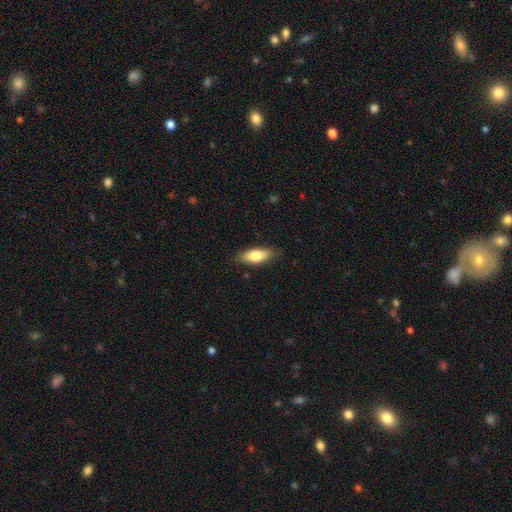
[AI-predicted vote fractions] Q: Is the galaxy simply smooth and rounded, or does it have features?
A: smooth — 78%.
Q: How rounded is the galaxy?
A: in between — 78%.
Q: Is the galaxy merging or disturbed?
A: none — 83%.